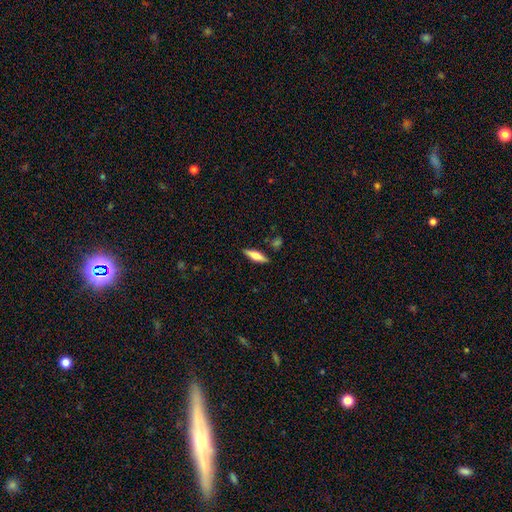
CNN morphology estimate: The model was most divided on "smooth or featured": smooth: 52%, featured or disk: 41%, star or artifact: 6%. More confident: merging — none (85%); how rounded — cigar-shaped (60%).